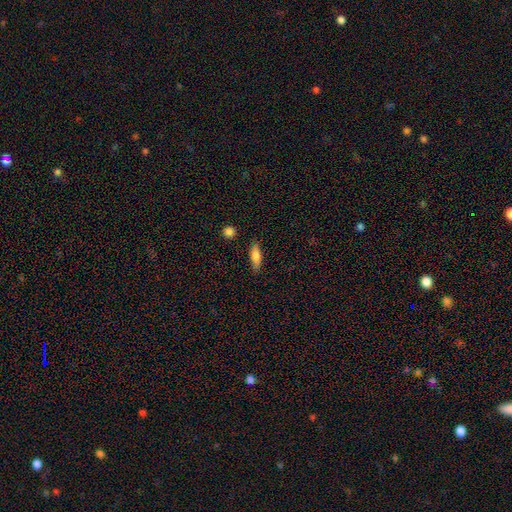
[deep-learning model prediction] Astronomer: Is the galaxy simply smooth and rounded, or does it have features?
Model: smooth — 77%.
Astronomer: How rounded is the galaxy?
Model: in between — 51% (runner-up: cigar-shaped, 46%).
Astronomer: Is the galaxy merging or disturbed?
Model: none — 82%.